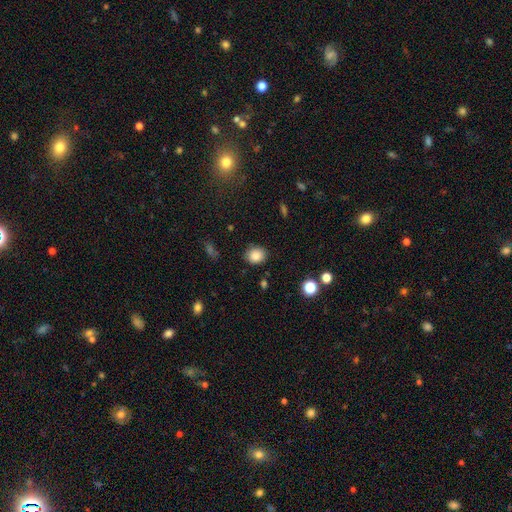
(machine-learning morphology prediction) This is clearly a smooth galaxy (85%). How rounded: likely round (67%). Merging: clearly none (84%).